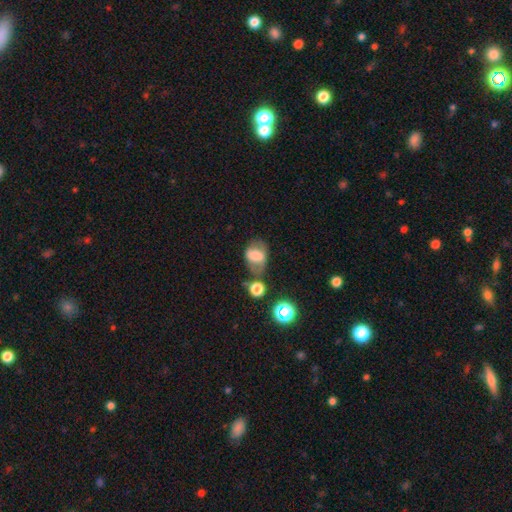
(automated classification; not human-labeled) A smooth galaxy with no disk features (62%) that is in between round and cigar-shaped (68%). Merging: none (39%).